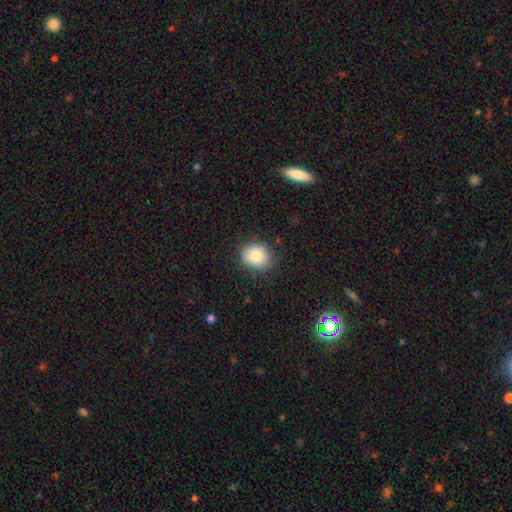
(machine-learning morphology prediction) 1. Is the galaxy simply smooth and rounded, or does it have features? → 85% smooth, 9% star or artifact, 6% featured or disk.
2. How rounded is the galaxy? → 71% round, 29% in between, 1% cigar-shaped.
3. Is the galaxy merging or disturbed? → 84% none, 12% minor disturbance, 3% major disturbance, 1% merger.